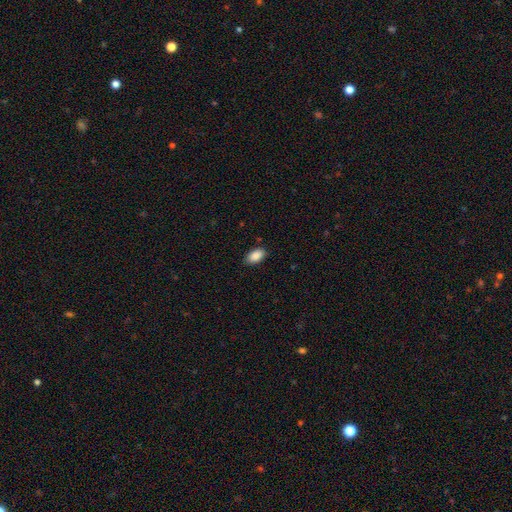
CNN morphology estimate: A smooth galaxy with no disk features (89%) that is in between round and cigar-shaped (93%).

Vote fractions:
- Smooth or featured? smooth: 89% / star or artifact: 7% / featured or disk: 4%
- How rounded? in between: 93% / round: 5% / cigar-shaped: 2%
- Merging? none: 87% / minor disturbance: 10% / major disturbance: 2% / merger: 1%